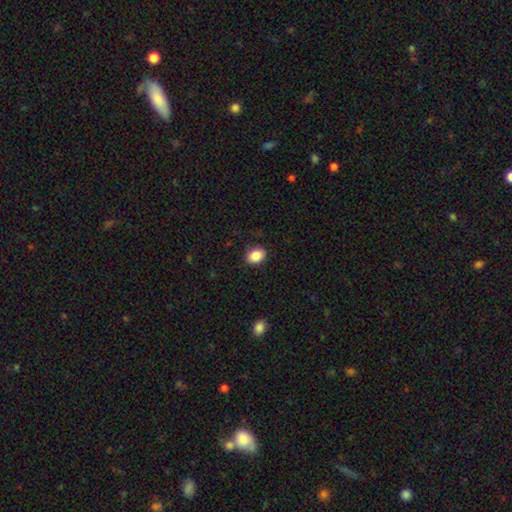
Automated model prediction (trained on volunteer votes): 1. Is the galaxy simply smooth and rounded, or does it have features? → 87% smooth, 8% star or artifact, 4% featured or disk.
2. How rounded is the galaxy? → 64% in between, 36% round, 1% cigar-shaped.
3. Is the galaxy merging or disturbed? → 86% none, 10% minor disturbance, 2% major disturbance, 1% merger.